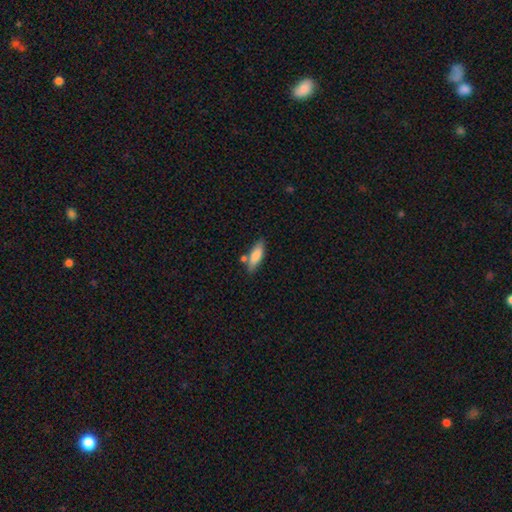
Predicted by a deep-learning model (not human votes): Smooth or featured? smooth (81%)
How rounded? in between (53%)
Merging? none (70%)